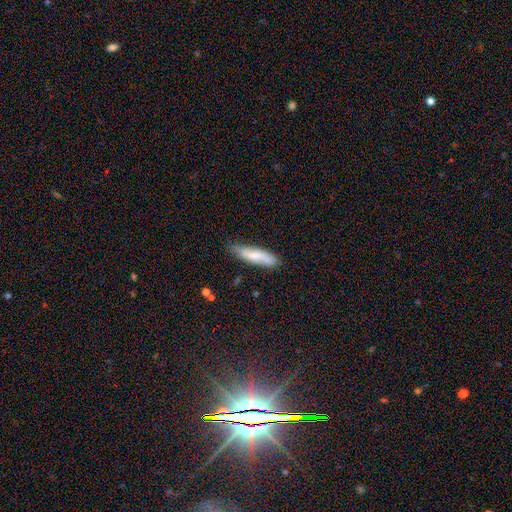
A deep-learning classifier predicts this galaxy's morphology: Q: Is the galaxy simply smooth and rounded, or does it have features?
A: smooth — 67%.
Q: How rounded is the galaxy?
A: cigar-shaped — 67%.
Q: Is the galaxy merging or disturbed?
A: none — 75%.